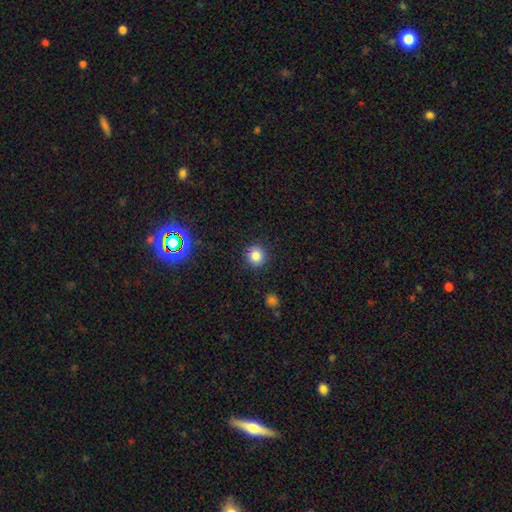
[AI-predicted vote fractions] smooth-or-featured: smooth: 82% | star or artifact: 12% | featured or disk: 6%
  how-rounded: round: 92% | in between: 7% | cigar-shaped: 1%
  merging: none: 88% | minor disturbance: 8% | major disturbance: 3% | merger: 1%